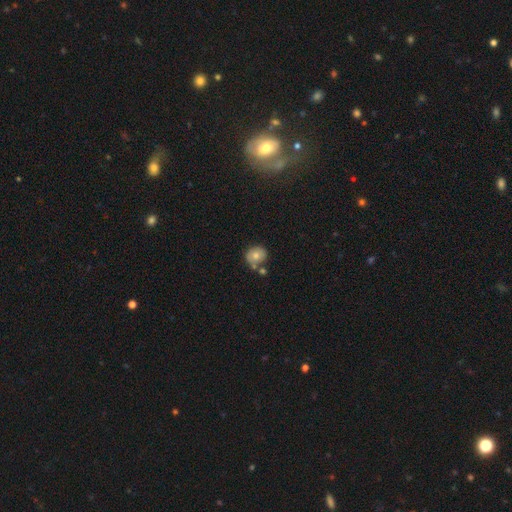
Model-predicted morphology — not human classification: smooth_or_featured: smooth (p=0.73) [alt: featured or disk p=0.19]
how_rounded: round (p=0.76) [alt: in between p=0.23]
merging: none (p=0.56) [alt: merger p=0.22]